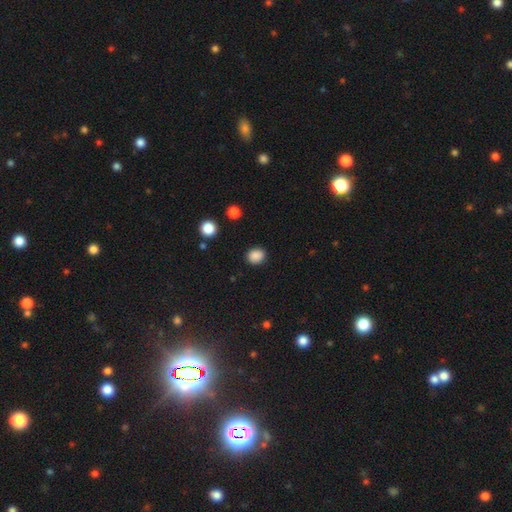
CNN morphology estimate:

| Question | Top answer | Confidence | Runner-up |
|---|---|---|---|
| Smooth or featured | smooth | 87% | star or artifact (10%) |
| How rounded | round | 69% | in between (30%) |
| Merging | none | 88% | minor disturbance (8%) |